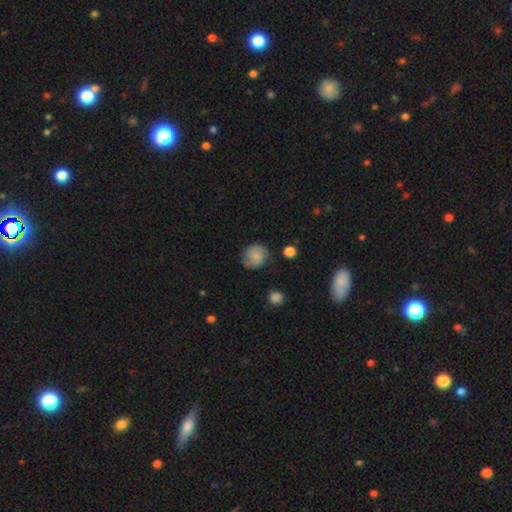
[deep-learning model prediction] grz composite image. It shows a smooth galaxy with no disk features (54%) that is round (80%). Merging: none (71%).